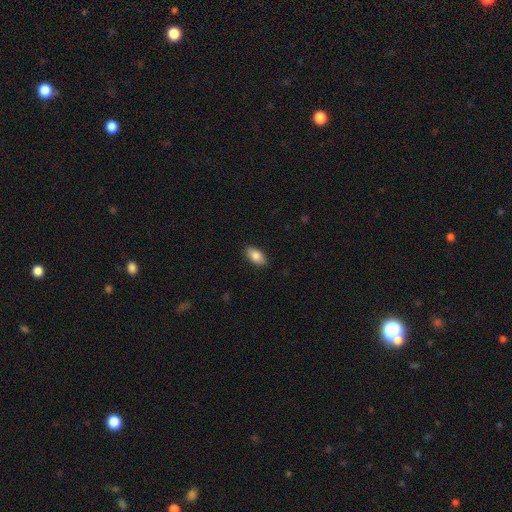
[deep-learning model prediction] This is clearly a smooth galaxy (86%). How rounded: clearly in between (93%). Merging: clearly none (89%).